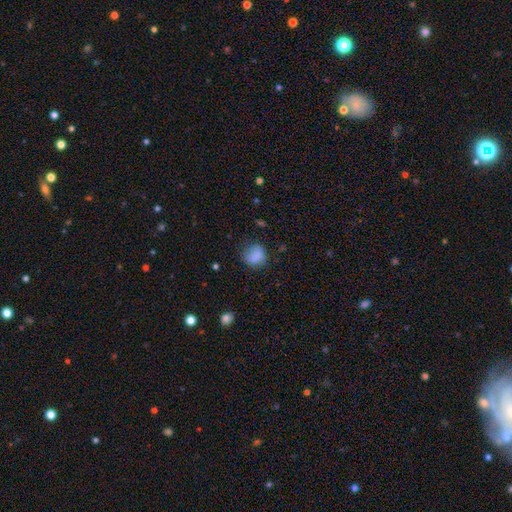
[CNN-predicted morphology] This is clearly a smooth galaxy (82%). How rounded: likely round (70%). Merging: likely none (66%).